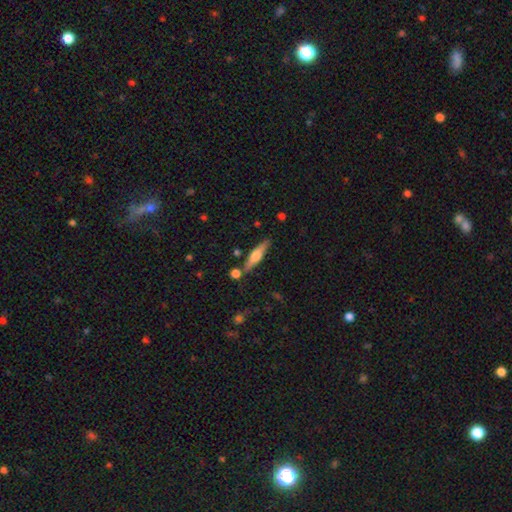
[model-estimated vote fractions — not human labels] The model was most divided on "smooth or featured": featured or disk: 52%, smooth: 42%, star or artifact: 6%. More confident: edge-on disk — yes (94%); merging — none (80%).